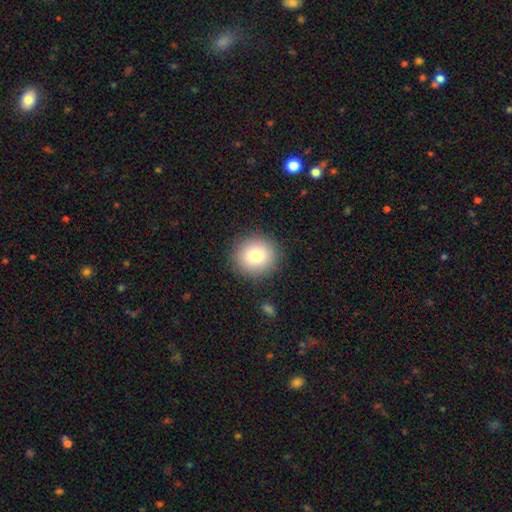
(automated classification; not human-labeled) Smooth or featured: smooth — 78% (featured or disk — 11%)
How rounded: round — 89% (in between — 10%)
Merging: none — 89% (minor disturbance — 7%)